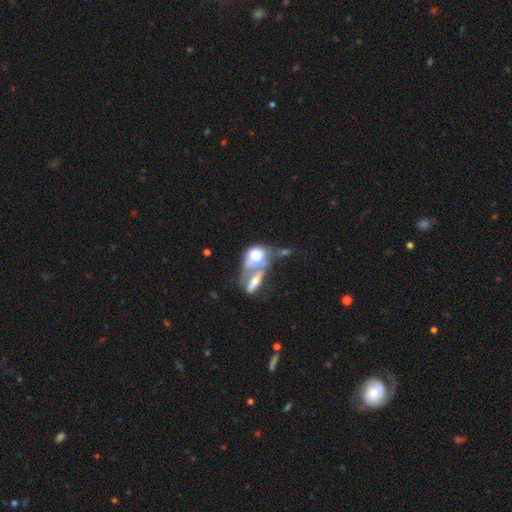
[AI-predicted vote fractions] Smooth or featured? smooth (51%)
How rounded? in between (67%)
Merging? merger (69%)